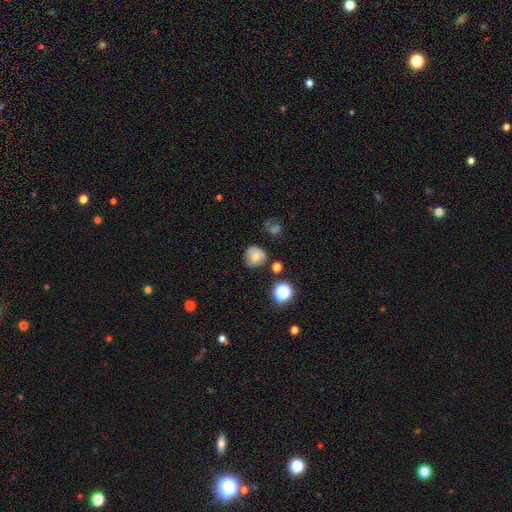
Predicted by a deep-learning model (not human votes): Smooth or featured?
  - smooth: 75% *
  - star or artifact: 14%
  - featured or disk: 12%
How rounded?
  - round: 84% *
  - in between: 15%
  - cigar-shaped: 1%
Merging?
  - none: 69% *
  - minor disturbance: 21%
  - major disturbance: 6%
  - merger: 4%